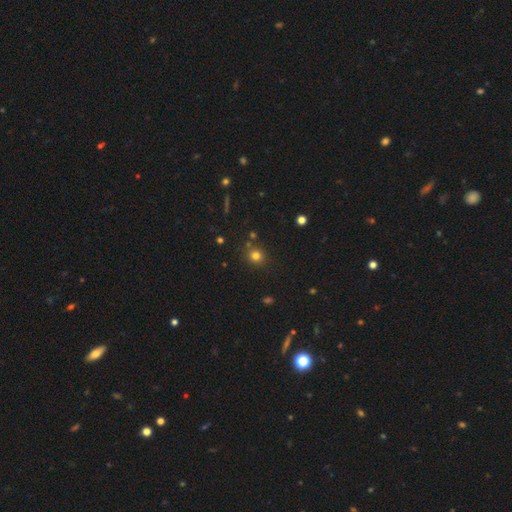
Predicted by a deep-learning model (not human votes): A smooth galaxy with no disk features (76%) that is round (87%). Merging: none (82%).